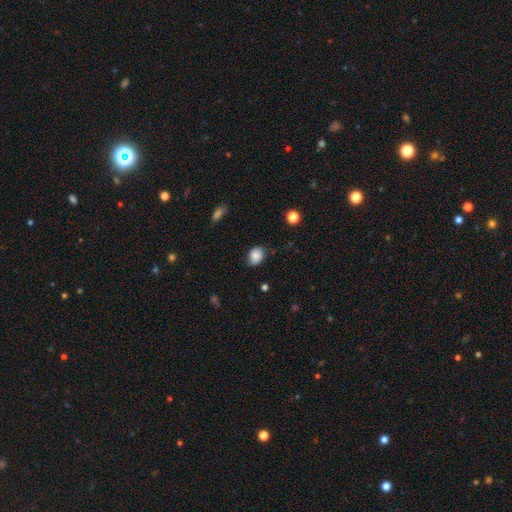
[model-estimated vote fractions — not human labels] Smooth or featured?
  - smooth: 80% *
  - featured or disk: 11%
  - star or artifact: 9%
How rounded?
  - in between: 64% *
  - round: 35%
  - cigar-shaped: 1%
Merging?
  - none: 70% *
  - minor disturbance: 23%
  - major disturbance: 5%
  - merger: 2%